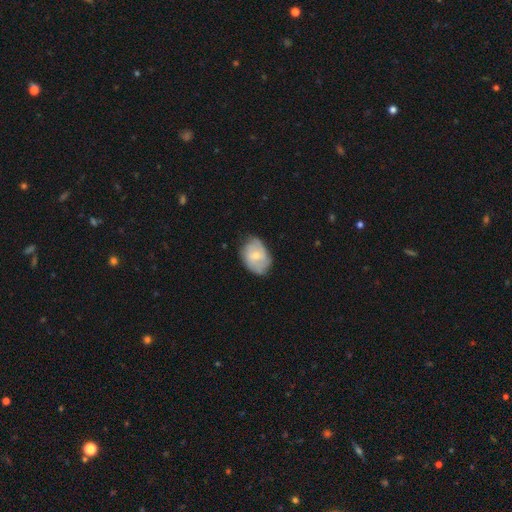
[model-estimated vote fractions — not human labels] This is possibly a featured or disk galaxy (59%). It is clearly not viewed edge-on (97%). Bar: likely no (63%). Spiral arm pattern: clearly yes (84%). Central bulge: possibly small (54%). Merging: likely none (65%).